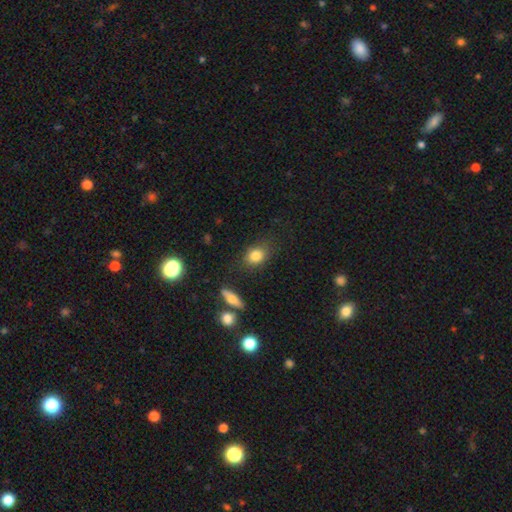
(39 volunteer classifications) smooth 72%, featured or disk 21%, star or artifact 8%. Down the decision tree: how rounded — round (61%); merging — none (67%).